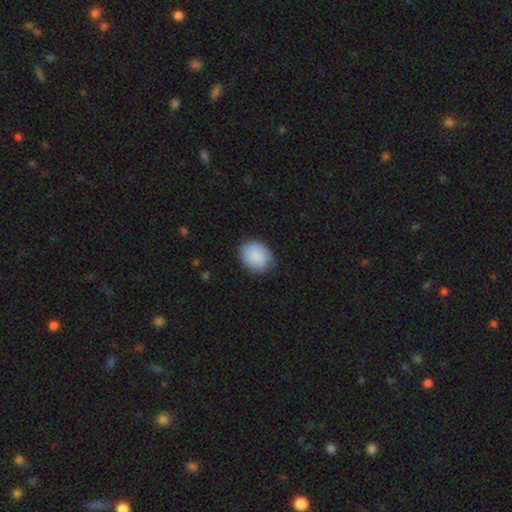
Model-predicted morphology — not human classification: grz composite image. It shows a smooth galaxy with no disk features (86%) that is in between round and cigar-shaped (51%). Merging: none (74%).